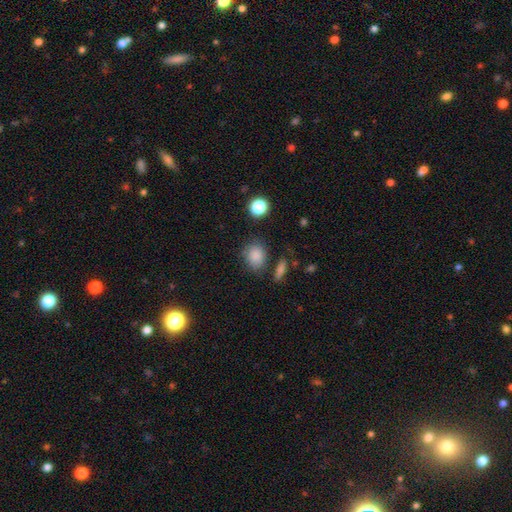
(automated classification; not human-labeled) Smooth or featured?
  - smooth: 85% *
  - star or artifact: 10%
  - featured or disk: 5%
How rounded?
  - round: 56% *
  - in between: 43%
  - cigar-shaped: 1%
Merging?
  - none: 75% *
  - minor disturbance: 15%
  - merger: 6%
  - major disturbance: 5%